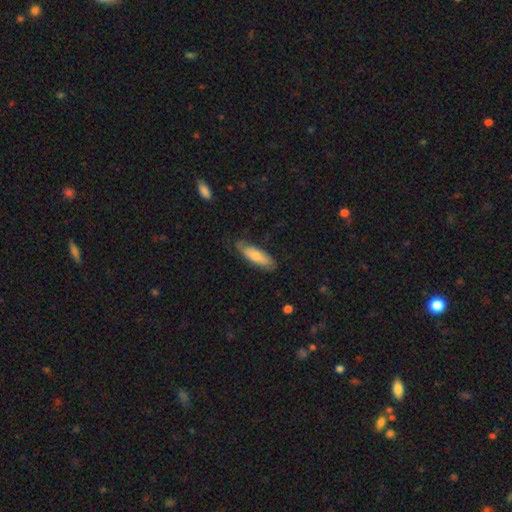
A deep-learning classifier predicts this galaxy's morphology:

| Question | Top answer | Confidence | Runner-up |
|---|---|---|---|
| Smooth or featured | smooth | 70% | featured or disk (25%) |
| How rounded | cigar-shaped | 50% | in between (48%) |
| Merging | none | 73% | minor disturbance (21%) |